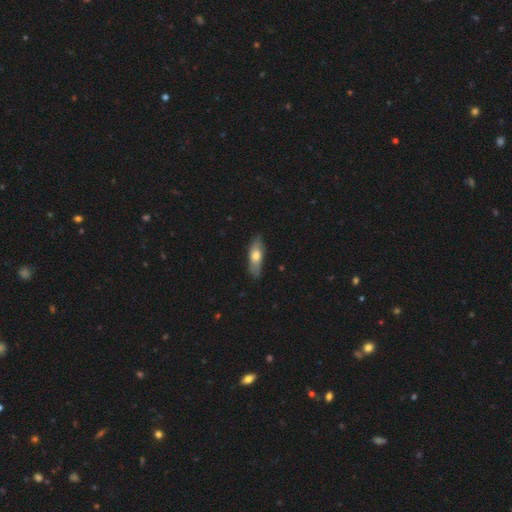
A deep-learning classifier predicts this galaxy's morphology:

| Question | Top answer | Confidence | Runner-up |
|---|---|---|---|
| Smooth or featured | smooth | 62% | featured or disk (32%) |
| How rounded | in between | 62% | cigar-shaped (35%) |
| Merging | none | 81% | minor disturbance (16%) |